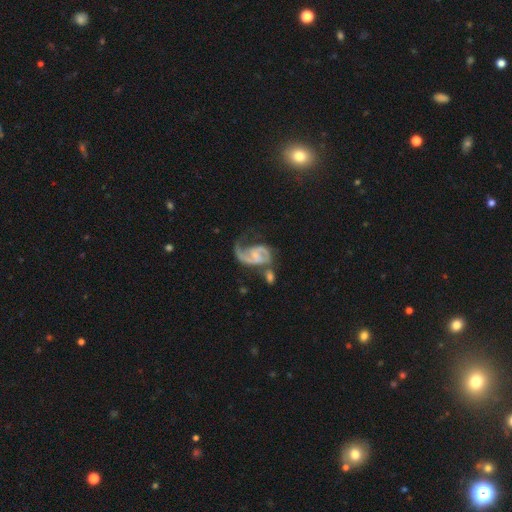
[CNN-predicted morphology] Smooth or featured: featured or disk — 87% (smooth — 8%)
Edge-on disk: no — 98% (yes — 2%)
Bar: weak — 45% (no — 43%)
Spiral arms: yes — 96% (no — 4%)
Spiral winding: medium — 48% (loose — 35%)
Spiral arm count: 2 — 75% (1 — 17%)
Bulge size: small — 52% (none — 27%)
Merging: none — 29% (major disturbance — 27%)